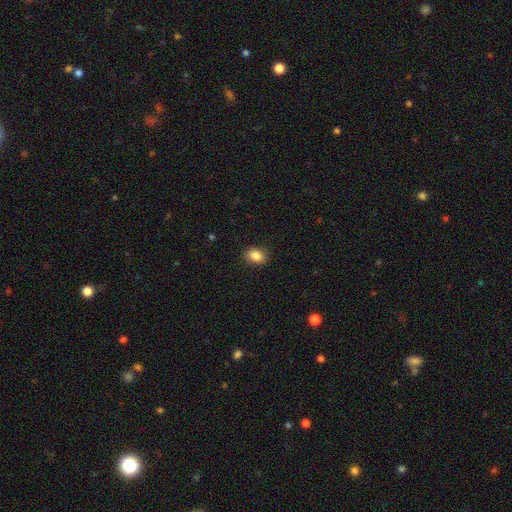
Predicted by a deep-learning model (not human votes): Smooth or featured?
  - smooth: 86% *
  - star or artifact: 9%
  - featured or disk: 5%
How rounded?
  - in between: 75% *
  - round: 23%
  - cigar-shaped: 1%
Merging?
  - none: 89% *
  - minor disturbance: 8%
  - major disturbance: 2%
  - merger: 1%